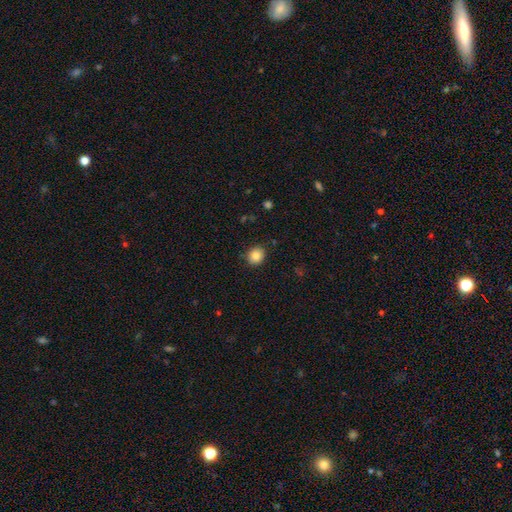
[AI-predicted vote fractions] Smooth or featured? Predicted: smooth (p=0.84). How rounded? Predicted: round (p=0.80). Merging? Predicted: none (p=0.87).